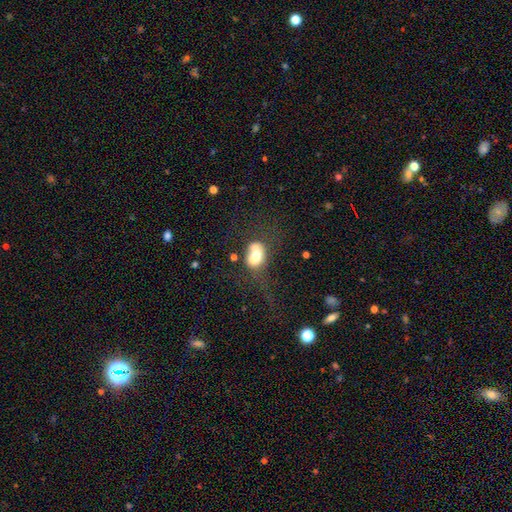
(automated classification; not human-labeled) Smooth or featured: smooth — 67% (featured or disk — 24%)
How rounded: in between — 76% (round — 22%)
Merging: none — 38% (major disturbance — 27%)